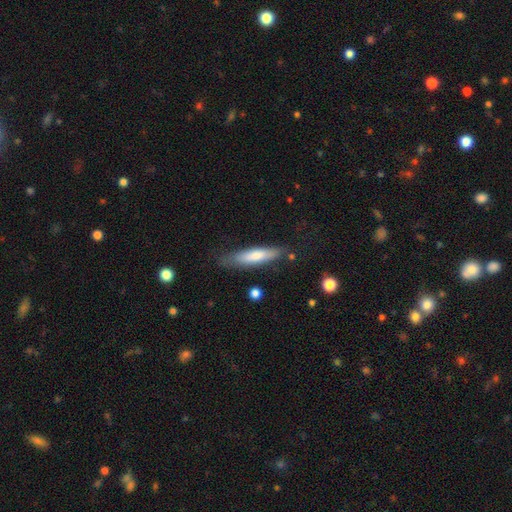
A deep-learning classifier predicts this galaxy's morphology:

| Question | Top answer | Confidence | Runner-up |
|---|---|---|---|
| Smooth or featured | smooth | 62% | featured or disk (31%) |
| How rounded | cigar-shaped | 82% | in between (17%) |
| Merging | none | 76% | minor disturbance (17%) |